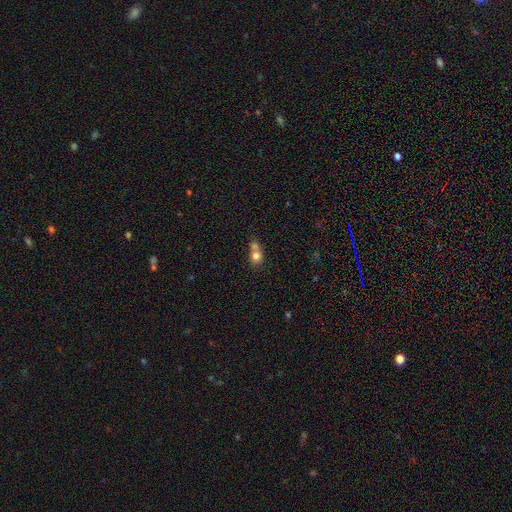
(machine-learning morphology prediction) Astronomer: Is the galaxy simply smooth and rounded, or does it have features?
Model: smooth — 75%.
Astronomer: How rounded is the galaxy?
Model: round — 69%.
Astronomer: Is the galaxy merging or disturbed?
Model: merger — 60%.